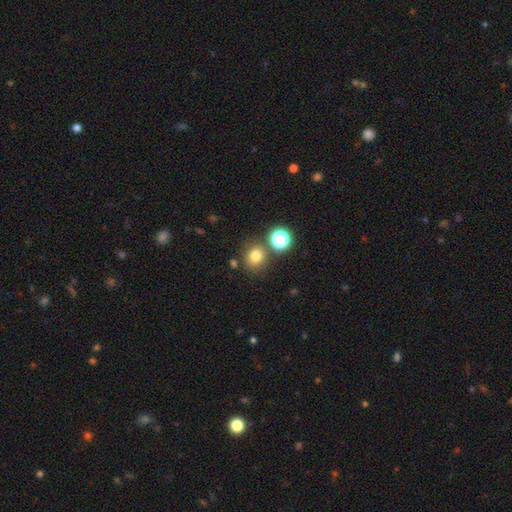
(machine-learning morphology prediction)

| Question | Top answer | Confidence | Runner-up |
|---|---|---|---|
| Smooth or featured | smooth | 75% | star or artifact (17%) |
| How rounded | round | 78% | in between (21%) |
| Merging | none | 76% | merger (10%) |